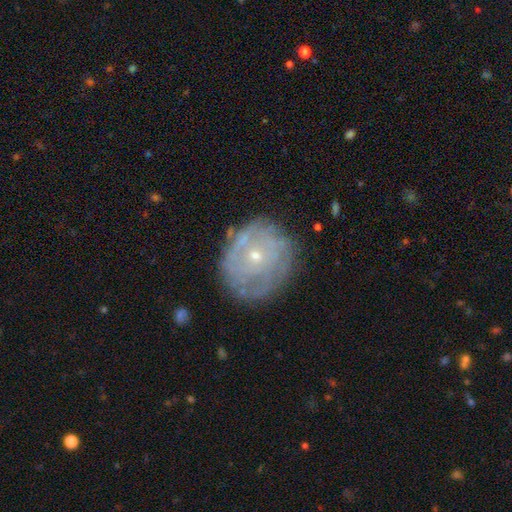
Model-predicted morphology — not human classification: Smooth or featured: featured or disk — 68% (smooth — 23%)
Edge-on disk: no — 97% (yes — 3%)
Bar: no — 85% (weak — 13%)
Spiral arms: yes — 66% (no — 34%)
Bulge size: small — 73% (moderate — 23%)
Merging: none — 73% (minor disturbance — 18%)